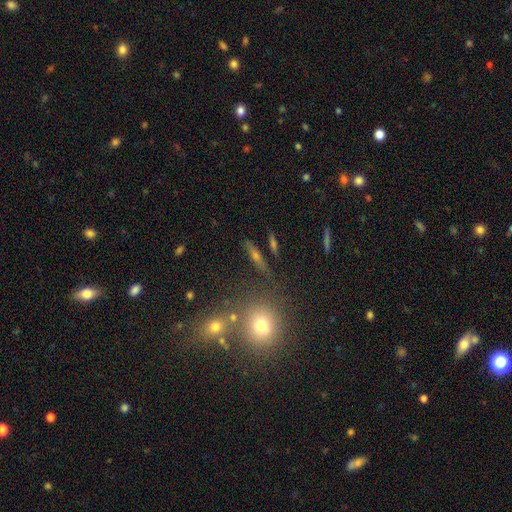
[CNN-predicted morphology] type=featured or disk (46%); merging=none (83%).